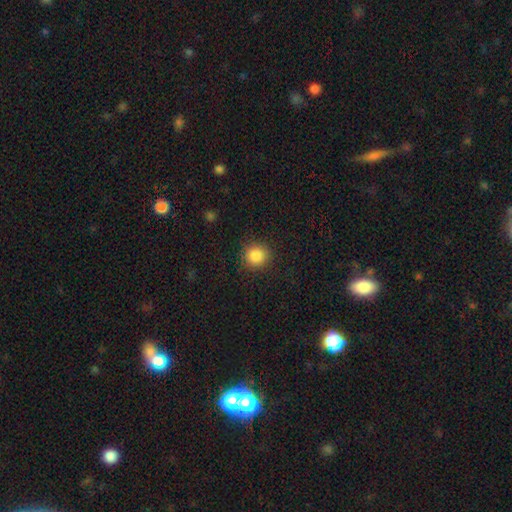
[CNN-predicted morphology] Q: Smooth or featured?
A: smooth (86%); runner-up: star or artifact (10%)
Q: How rounded?
A: round (91%); runner-up: in between (8%)
Q: Merging?
A: none (89%); runner-up: minor disturbance (8%)